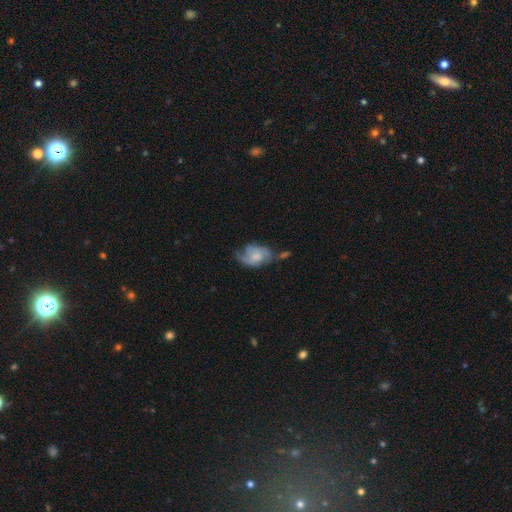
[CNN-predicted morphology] A featured or disk galaxy (61%) with no bar (63%), spiral arms (82%) and a small central bulge (39%).

Vote fractions:
- Smooth or featured? featured or disk: 61% / smooth: 32% / star or artifact: 7%
- Edge-on disk? no: 97% / yes: 3%
- Bar? no: 63% / weak: 32% / strong: 5%
- Spiral arms? yes: 82% / no: 18%
- Bulge size? small: 39% / moderate: 30% / none: 22% / large: 7% / dominant: 2%
- Merging? none: 36% / minor disturbance: 28% / major disturbance: 24% / merger: 11%